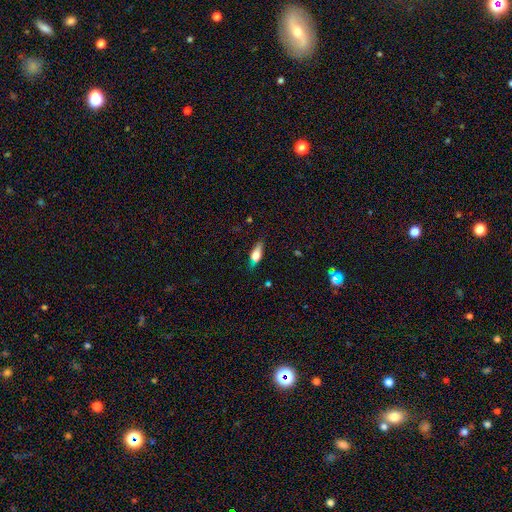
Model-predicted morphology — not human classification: The model was most divided on "smooth or featured": smooth: 65%, featured or disk: 27%, star or artifact: 8%. More confident: how rounded — in between (70%); merging — none (69%).